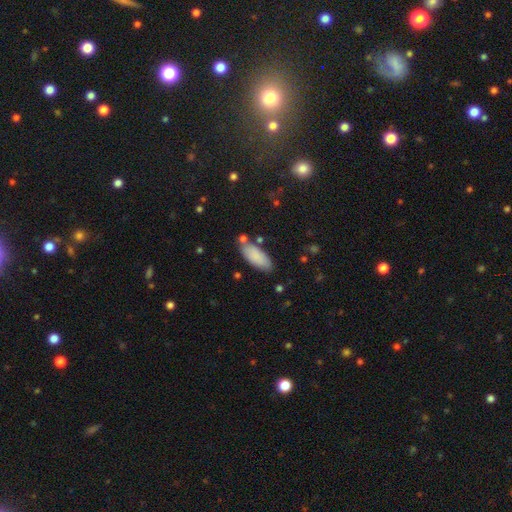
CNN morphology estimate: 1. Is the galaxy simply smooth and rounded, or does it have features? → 86% smooth, 7% featured or disk, 6% star or artifact.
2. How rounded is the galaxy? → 80% in between, 18% cigar-shaped, 2% round.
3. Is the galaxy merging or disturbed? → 74% none, 16% minor disturbance, 7% merger, 4% major disturbance.